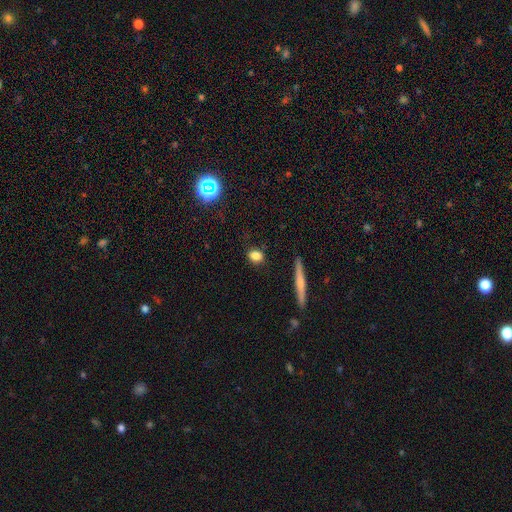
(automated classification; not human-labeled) Smooth or featured? smooth (81%)
How rounded? round (47%, tied with in between)
Merging? none (82%)